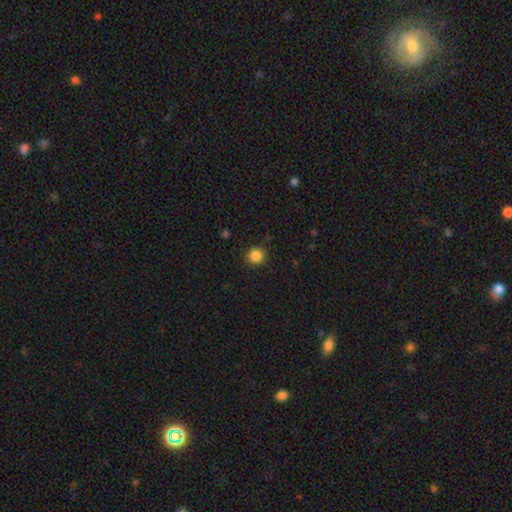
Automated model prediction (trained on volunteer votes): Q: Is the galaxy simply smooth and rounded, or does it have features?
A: smooth — 86%.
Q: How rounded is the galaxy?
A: round — 91%.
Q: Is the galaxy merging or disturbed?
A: none — 90%.